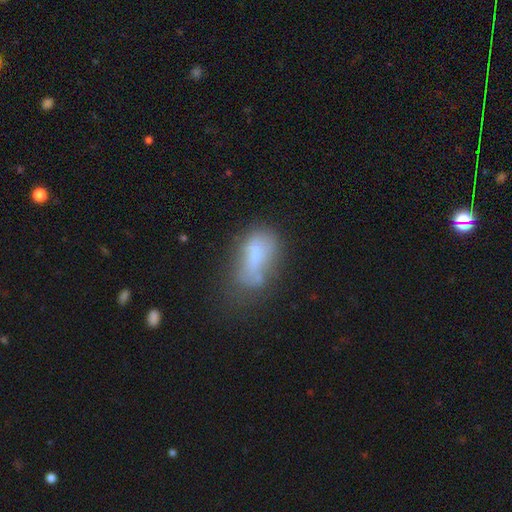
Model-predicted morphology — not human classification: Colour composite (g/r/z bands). It shows a smooth galaxy with no disk features (60%) that is in between round and cigar-shaped (86%). Merging: none (28%).